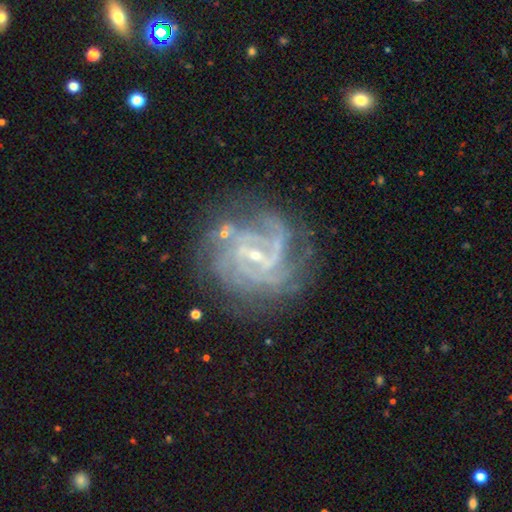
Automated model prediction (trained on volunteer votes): smooth_or_featured: featured or disk (p=0.89) [alt: star or artifact p=0.07]
disk_edge_on: no (p=0.98) [alt: yes p=0.02]
bar: weak (p=0.49) [alt: no p=0.27]
has_spiral_arms: yes (p=0.97) [alt: no p=0.03]
spiral_winding: tight (p=0.61) [alt: medium p=0.33]
spiral_arm_count: 4 (p=0.27) [alt: 3 p=0.23]
bulge_size: small (p=0.80) [alt: moderate p=0.15]
merging: none (p=0.71) [alt: minor disturbance p=0.17]